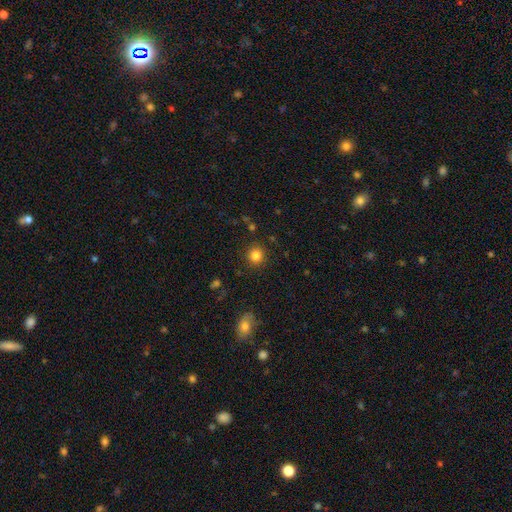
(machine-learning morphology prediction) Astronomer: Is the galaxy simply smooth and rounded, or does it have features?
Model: smooth — 83%.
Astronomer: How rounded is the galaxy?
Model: round — 91%.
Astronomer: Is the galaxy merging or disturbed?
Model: none — 89%.